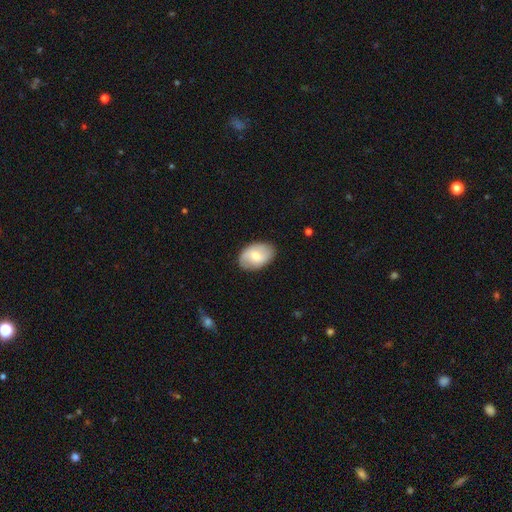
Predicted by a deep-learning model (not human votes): smooth-or-featured: smooth: 52% | featured or disk: 42% | star or artifact: 6%
  how-rounded: in between: 86% | round: 12% | cigar-shaped: 1%
  merging: none: 81% | minor disturbance: 14% | major disturbance: 3% | merger: 1%